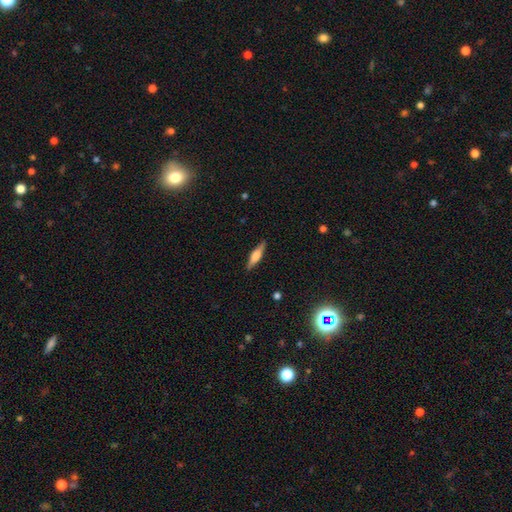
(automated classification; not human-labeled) featured or disk 47%, smooth 46%, star or artifact 7%. Down the decision tree: merging — none (89%).